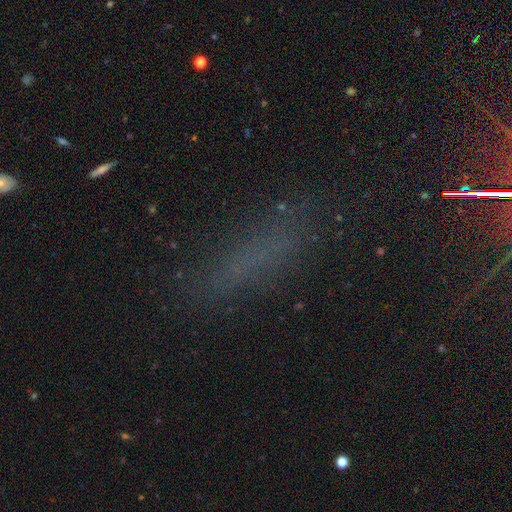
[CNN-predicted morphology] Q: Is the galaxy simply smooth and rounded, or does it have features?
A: star or artifact — 51%.